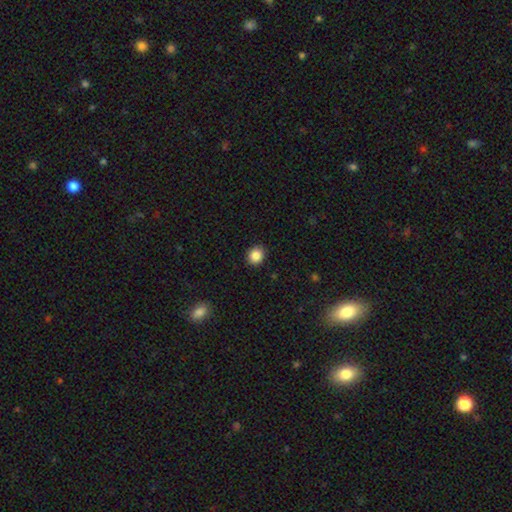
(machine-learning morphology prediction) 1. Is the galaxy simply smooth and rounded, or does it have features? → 86% smooth, 10% star or artifact, 4% featured or disk.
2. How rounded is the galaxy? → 79% round, 20% in between, 1% cigar-shaped.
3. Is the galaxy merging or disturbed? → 91% none, 7% minor disturbance, 2% major disturbance, 1% merger.